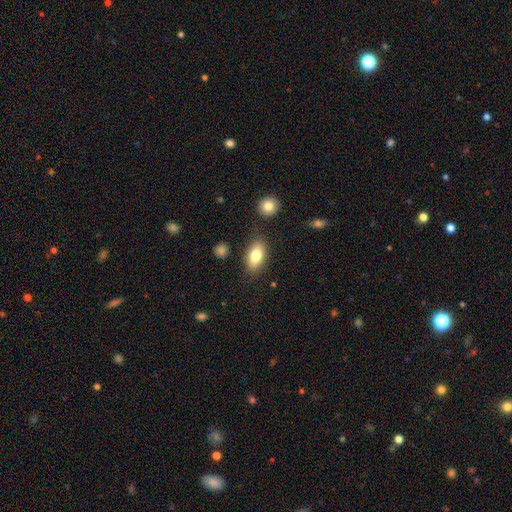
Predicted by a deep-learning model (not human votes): Morphology: type=smooth (79%); roundness=in between (89%); merging=none (83%).